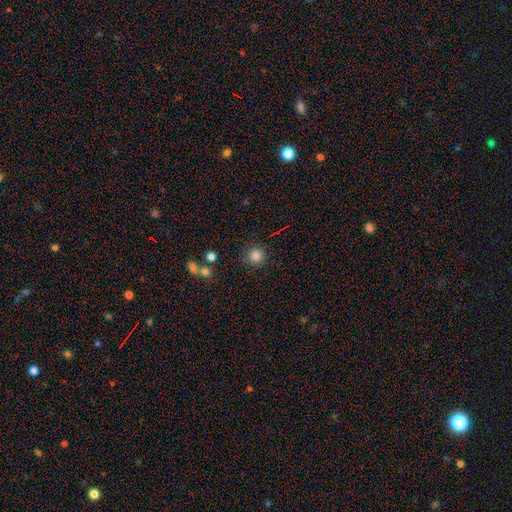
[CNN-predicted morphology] Q: Smooth or featured?
A: smooth (84%); runner-up: star or artifact (12%)
Q: How rounded?
A: round (93%); runner-up: in between (6%)
Q: Merging?
A: none (84%); runner-up: minor disturbance (9%)